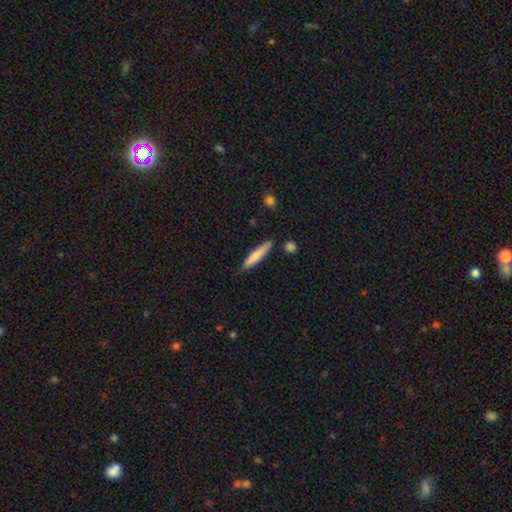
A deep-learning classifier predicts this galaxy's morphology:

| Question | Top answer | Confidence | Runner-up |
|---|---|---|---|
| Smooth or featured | smooth | 74% | featured or disk (20%) |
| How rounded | cigar-shaped | 89% | in between (9%) |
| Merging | none | 82% | minor disturbance (13%) |